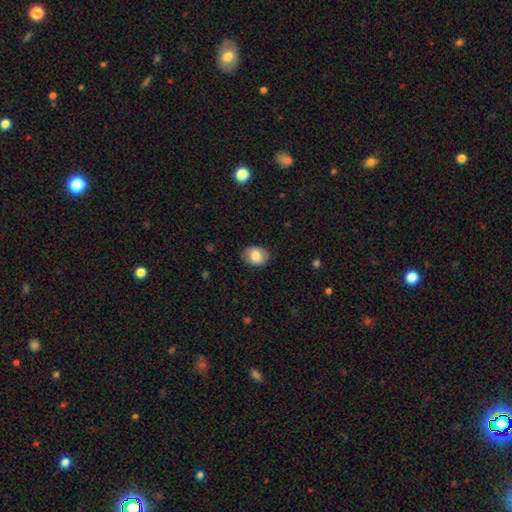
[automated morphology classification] Smooth or featured: smooth — 82% (featured or disk — 10%)
How rounded: in between — 51% (round — 48%)
Merging: none — 84% (minor disturbance — 12%)